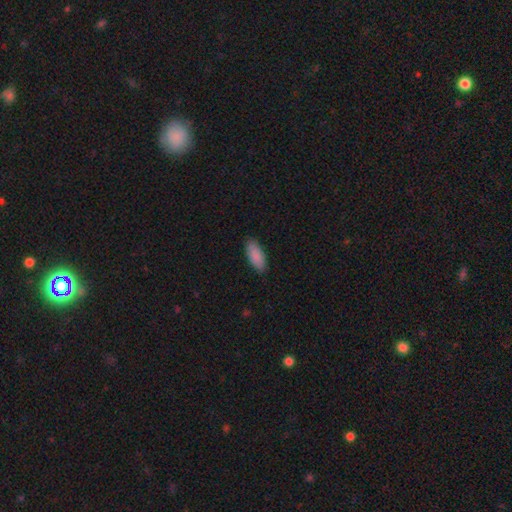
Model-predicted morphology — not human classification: Smooth or featured: smooth — 90% (star or artifact — 6%)
How rounded: in between — 83% (cigar-shaped — 15%)
Merging: none — 88% (minor disturbance — 9%)